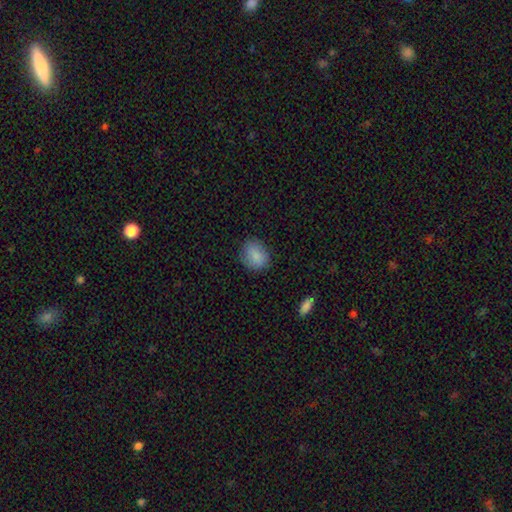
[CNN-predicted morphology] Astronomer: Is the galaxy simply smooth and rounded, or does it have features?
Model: smooth — 86%.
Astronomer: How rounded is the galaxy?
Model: round — 52% (runner-up: in between, 47%).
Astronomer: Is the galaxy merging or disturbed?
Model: none — 81%.